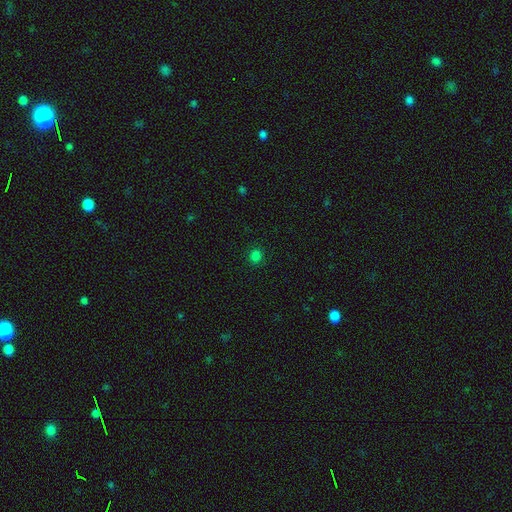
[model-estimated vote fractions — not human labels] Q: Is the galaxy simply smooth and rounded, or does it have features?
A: smooth — 80%.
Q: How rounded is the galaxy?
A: round — 85%.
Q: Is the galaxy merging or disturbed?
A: none — 91%.